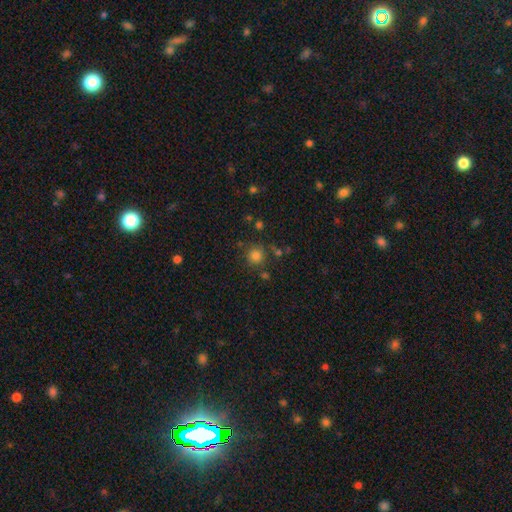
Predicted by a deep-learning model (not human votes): The model was most divided on "smooth or featured": smooth: 79%, star or artifact: 15%, featured or disk: 6%. More confident: how rounded — round (92%); merging — none (80%).